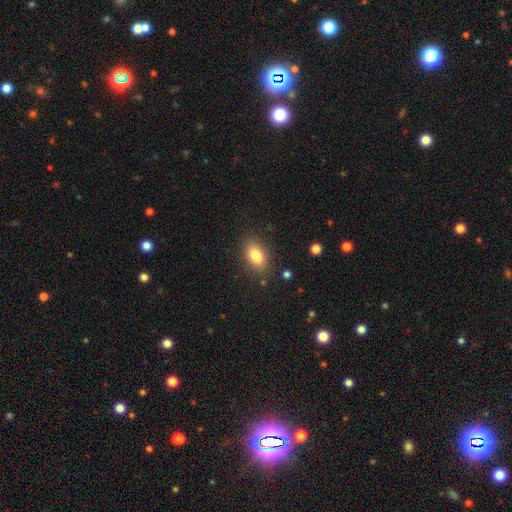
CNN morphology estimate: This appears to be a smooth galaxy with no disk features (82%) that is in between round and cigar-shaped (86%). Merging: none (85%).